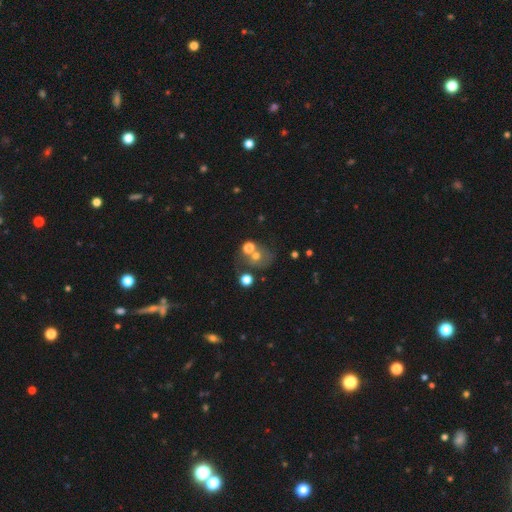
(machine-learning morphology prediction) Overall: smooth (56%; featured or disk 24%). How rounded: round (67%; in between 32%). Merging: none (39%; merger 38%).